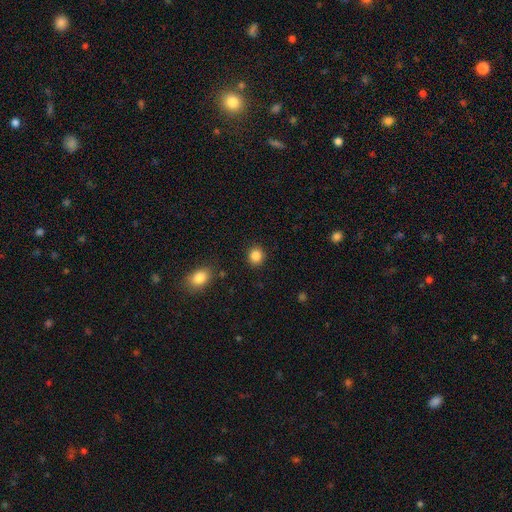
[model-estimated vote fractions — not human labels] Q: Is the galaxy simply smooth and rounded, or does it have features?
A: smooth — 86%.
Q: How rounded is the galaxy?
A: round — 81%.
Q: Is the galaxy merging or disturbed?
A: none — 90%.